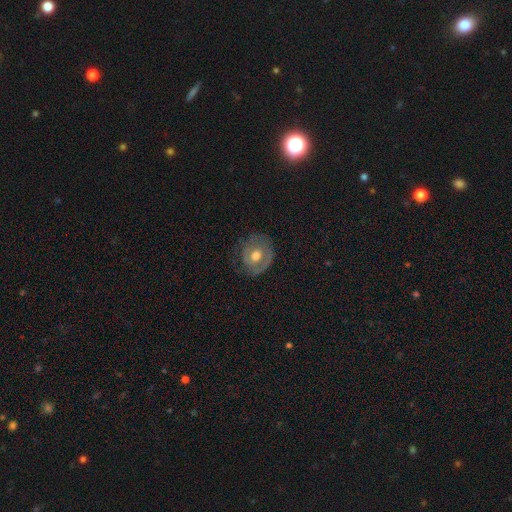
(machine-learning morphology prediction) This is possibly a featured or disk galaxy (54%). It is clearly not viewed edge-on (96%). Bar: likely no (73%). Spiral arm pattern: possibly no (54%). Central bulge: likely moderate (73%). Merging: likely none (65%).